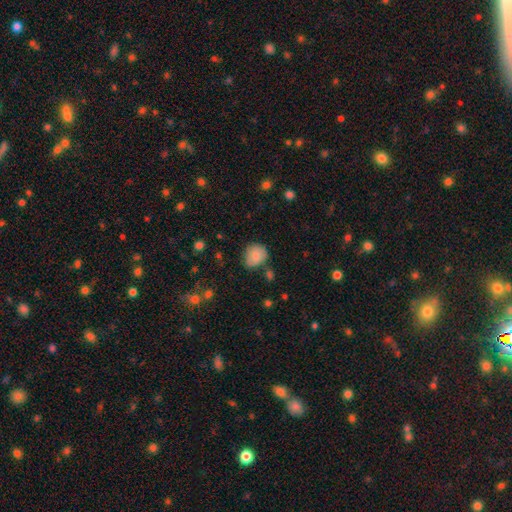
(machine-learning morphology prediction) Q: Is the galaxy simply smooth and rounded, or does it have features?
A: smooth — 81%.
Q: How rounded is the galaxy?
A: round — 72%.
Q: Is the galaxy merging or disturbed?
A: none — 65%.